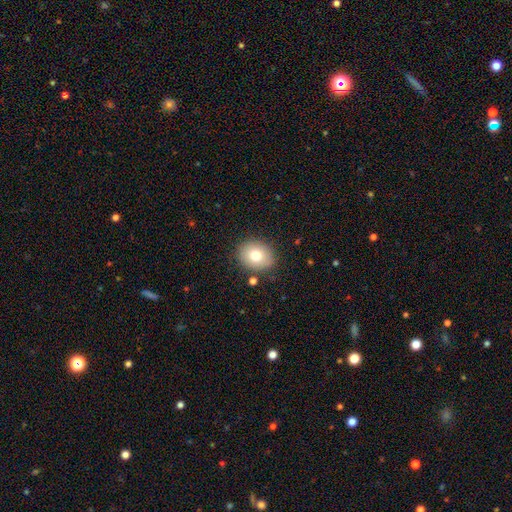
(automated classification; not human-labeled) This appears to be a smooth galaxy with no disk features (76%) that is round (56%). Merging: none (85%).